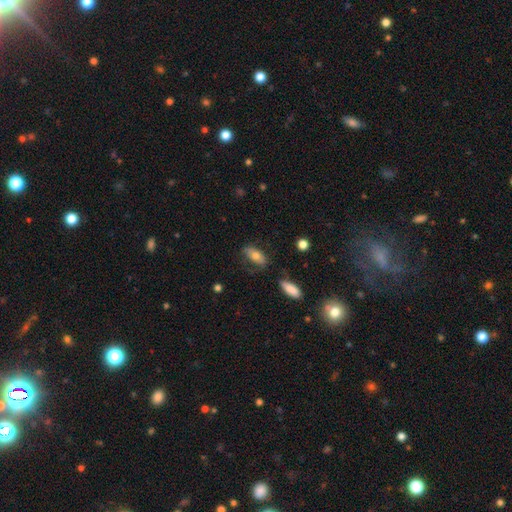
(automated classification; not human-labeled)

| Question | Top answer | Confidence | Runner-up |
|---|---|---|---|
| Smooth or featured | smooth | 71% | featured or disk (22%) |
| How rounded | in between | 83% | cigar-shaped (14%) |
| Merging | none | 62% | minor disturbance (24%) |